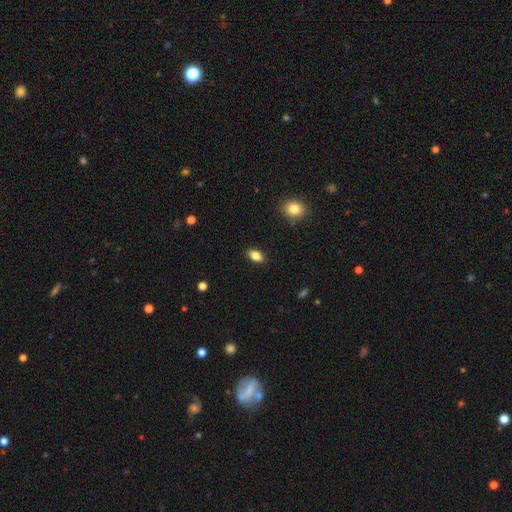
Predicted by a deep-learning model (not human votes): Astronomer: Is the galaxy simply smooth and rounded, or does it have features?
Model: smooth — 84%.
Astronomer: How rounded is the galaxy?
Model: in between — 88%.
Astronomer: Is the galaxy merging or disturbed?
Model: none — 88%.